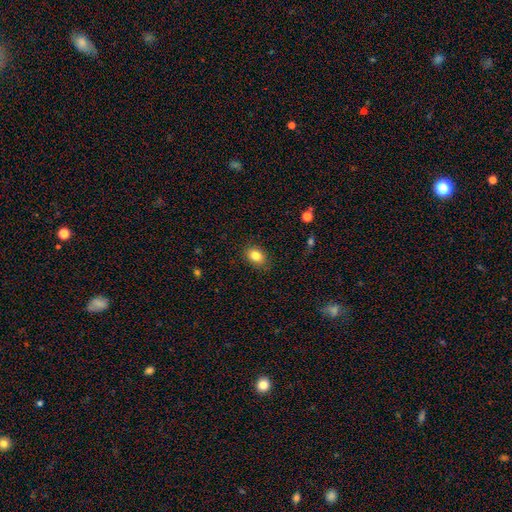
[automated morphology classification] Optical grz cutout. It shows a smooth galaxy with no disk features (83%) that is in between round and cigar-shaped (73%). Merging: none (85%).